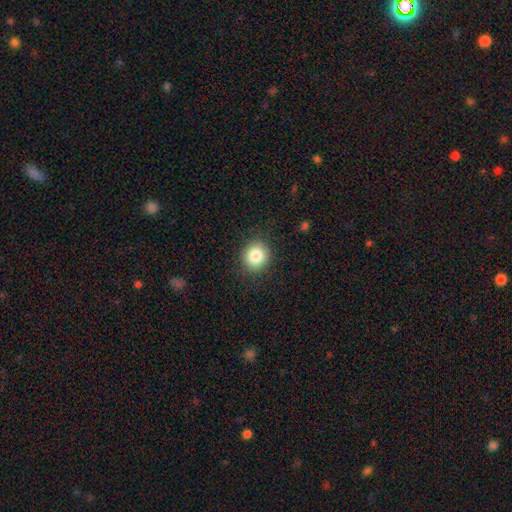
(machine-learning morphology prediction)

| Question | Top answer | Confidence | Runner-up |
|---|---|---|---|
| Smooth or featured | smooth | 83% | star or artifact (10%) |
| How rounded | round | 85% | in between (15%) |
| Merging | none | 88% | minor disturbance (8%) |